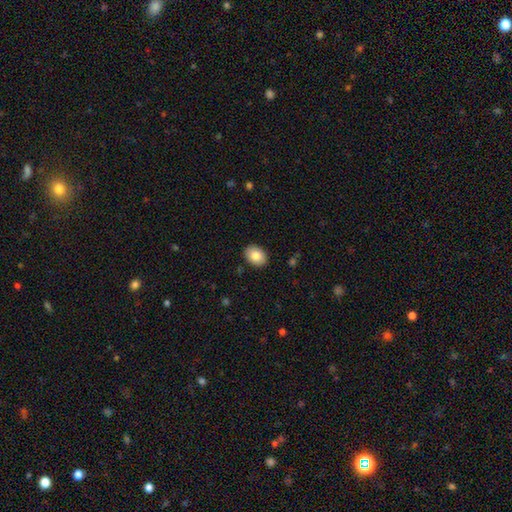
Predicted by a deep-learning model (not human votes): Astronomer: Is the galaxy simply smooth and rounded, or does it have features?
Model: smooth — 83%.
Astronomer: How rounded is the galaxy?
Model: in between — 68%.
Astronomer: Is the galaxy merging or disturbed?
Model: none — 89%.